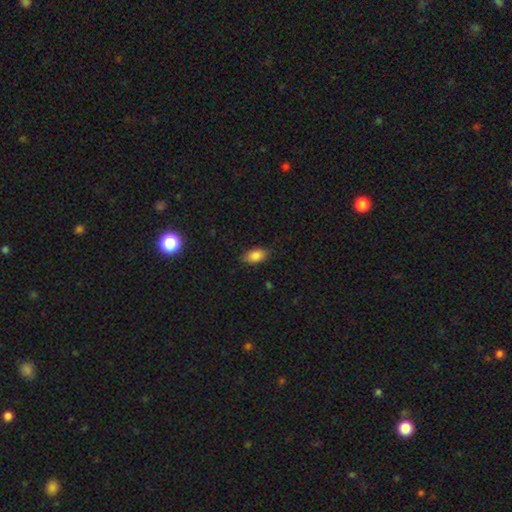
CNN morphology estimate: smooth-or-featured: smooth: 85% | star or artifact: 8% | featured or disk: 7%
  how-rounded: in between: 90% | round: 7% | cigar-shaped: 3%
  merging: none: 83% | minor disturbance: 14% | major disturbance: 3% | merger: 1%